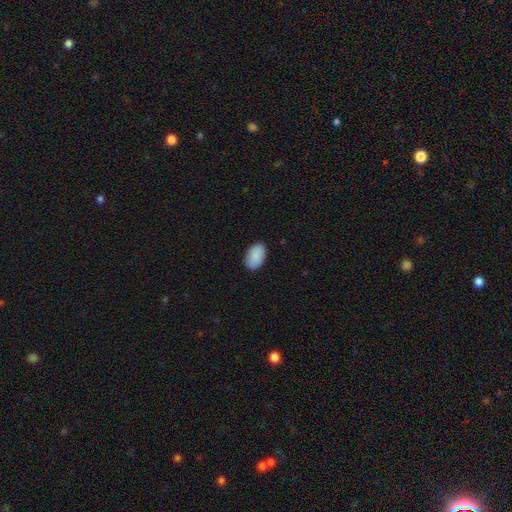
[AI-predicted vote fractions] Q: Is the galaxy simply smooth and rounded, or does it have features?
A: smooth — 91%.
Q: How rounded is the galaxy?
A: in between — 94%.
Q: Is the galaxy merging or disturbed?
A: none — 88%.